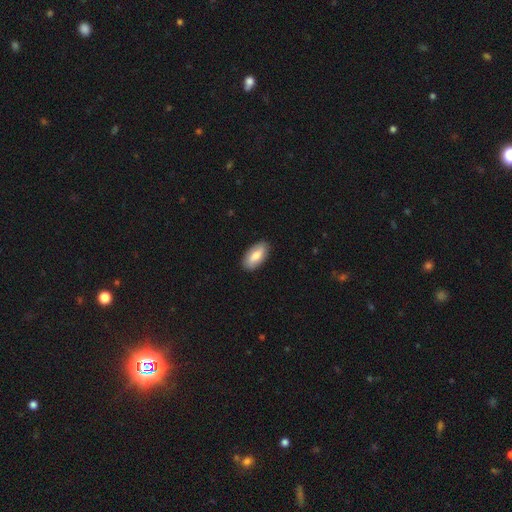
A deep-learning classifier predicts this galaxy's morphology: smooth_or_featured: smooth (p=0.75) [alt: featured or disk p=0.19]
how_rounded: in between (p=0.91) [alt: cigar-shaped p=0.06]
merging: none (p=0.89) [alt: minor disturbance p=0.08]